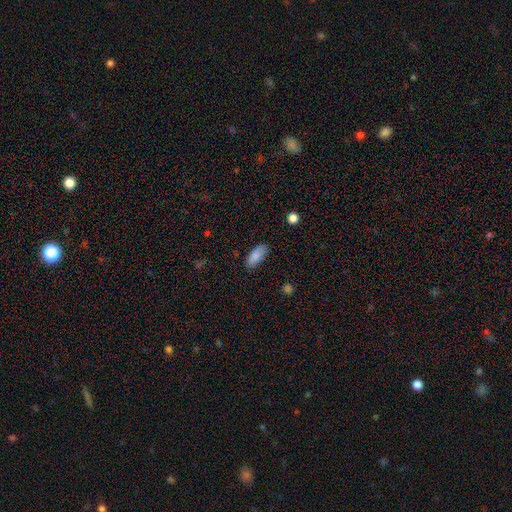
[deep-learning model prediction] Smooth or featured: smooth — 87% (star or artifact — 7%)
How rounded: in between — 86% (cigar-shaped — 13%)
Merging: none — 82% (minor disturbance — 14%)